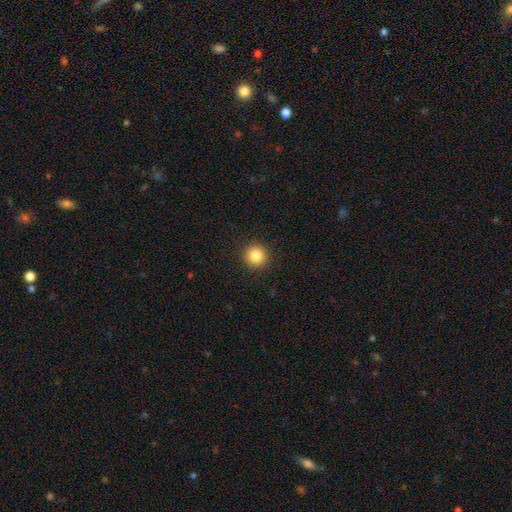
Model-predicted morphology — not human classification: The model was most divided on "smooth or featured": smooth: 85%, star or artifact: 11%, featured or disk: 5%. More confident: how rounded — round (95%); merging — none (93%).